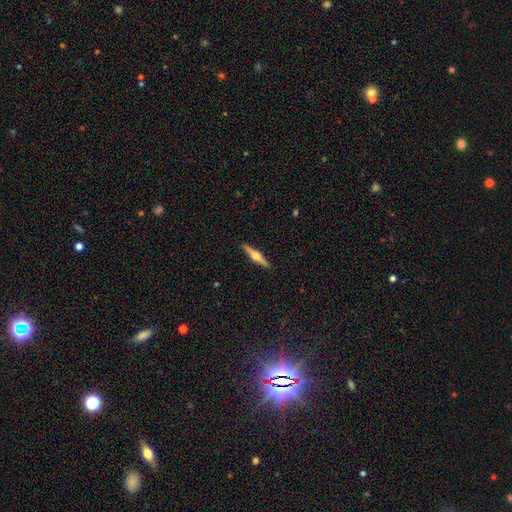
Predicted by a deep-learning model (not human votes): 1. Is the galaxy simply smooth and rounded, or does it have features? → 73% featured or disk, 21% smooth, 5% star or artifact.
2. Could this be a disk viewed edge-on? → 98% yes, 2% no.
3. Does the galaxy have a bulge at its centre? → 94% rounded, 4% boxy, 2% none.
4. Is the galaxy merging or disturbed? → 92% none, 6% minor disturbance, 1% major disturbance, 1% merger.